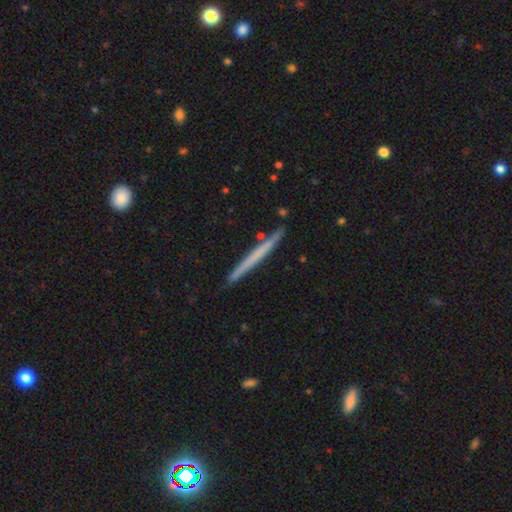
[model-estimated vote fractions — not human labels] Smooth or featured?
  - featured or disk: 48% *
  - smooth: 47%
  - star or artifact: 5%
Merging?
  - none: 89% *
  - minor disturbance: 8%
  - merger: 2%
  - major disturbance: 1%